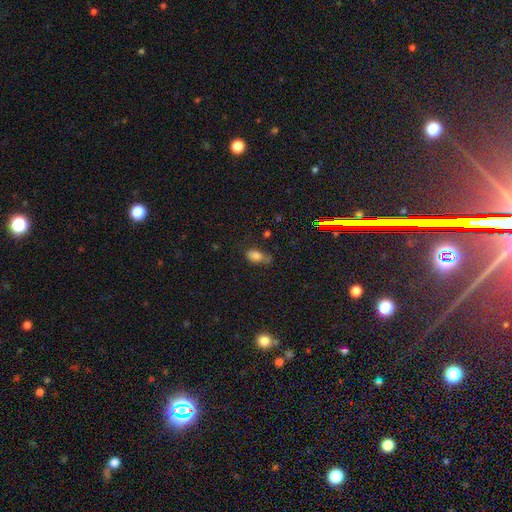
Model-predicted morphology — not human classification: Smooth or featured: smooth — 78% (star or artifact — 13%)
How rounded: in between — 88% (round — 9%)
Merging: none — 44% (minor disturbance — 34%)